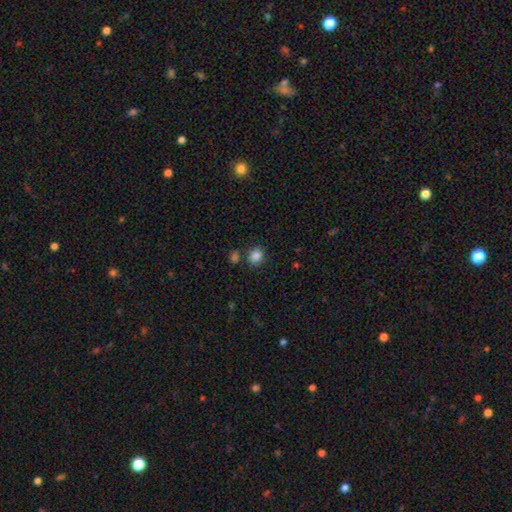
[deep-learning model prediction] Morphology: type=smooth (85%); roundness=round (73%); merging=none (77%).